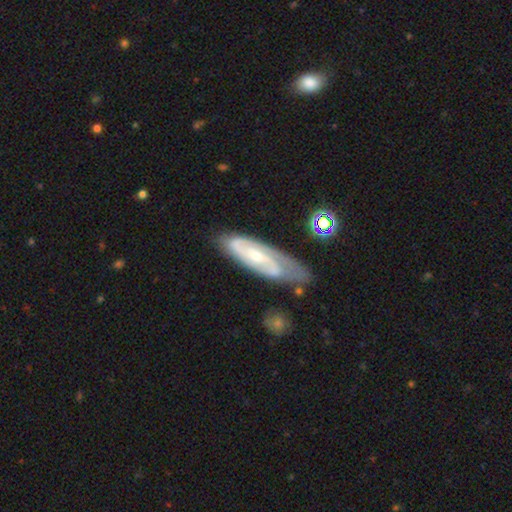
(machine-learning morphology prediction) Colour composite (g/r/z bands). It shows a featured or disk galaxy (77%) with no bar (44%), 2 (69%) tight (43%, tied with medium) spiral arms (94%) and a small central bulge (58%). Merging: none (66%).